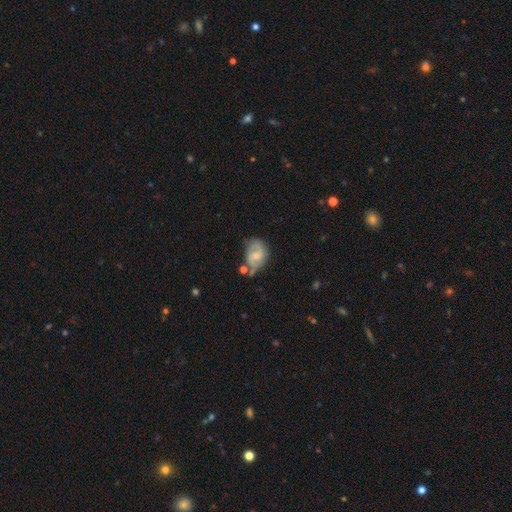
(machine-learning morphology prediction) This appears to be a featured or disk galaxy (63%) with no bar (48%), 2 (77%) medium (47%) spiral arms (87%) and a small central bulge (51%). Merging: none (49%).